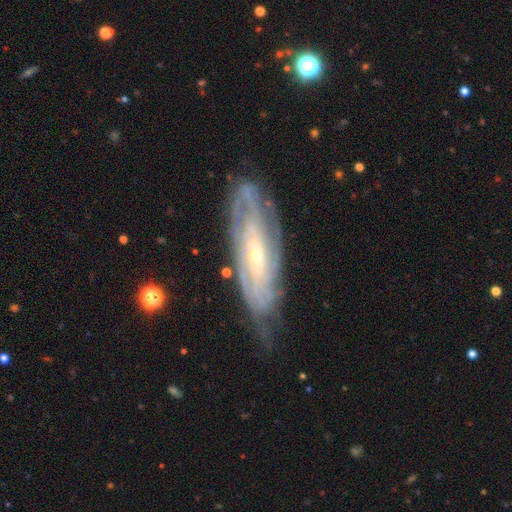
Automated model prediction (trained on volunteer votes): smooth-or-featured: featured or disk: 82% | smooth: 12% | star or artifact: 6%
  disk-edge-on: no: 82% | yes: 18%
    bar: no: 57% | weak: 30% | strong: 13%
    has-spiral-arms: yes: 91% | no: 9%
      spiral-winding: tight: 74% | medium: 21% | loose: 5%
      spiral-arm-count: can't tell: 56% | 2: 14% | 4: 10% | 3: 9% | more than 4: 6% | 1: 4%
    bulge-size: small: 78% | moderate: 18% | none: 2% | large: 1% | dominant: 1%
  merging: none: 71% | minor disturbance: 21% | major disturbance: 6% | merger: 2%